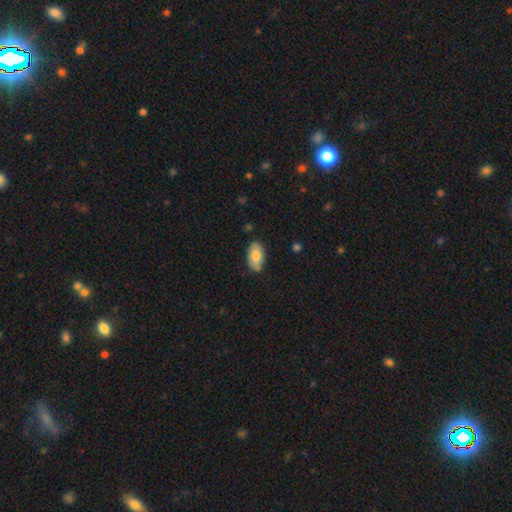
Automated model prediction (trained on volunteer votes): This appears to be a smooth galaxy with no disk features (79%) that is in between round and cigar-shaped (94%). Merging: none (84%).